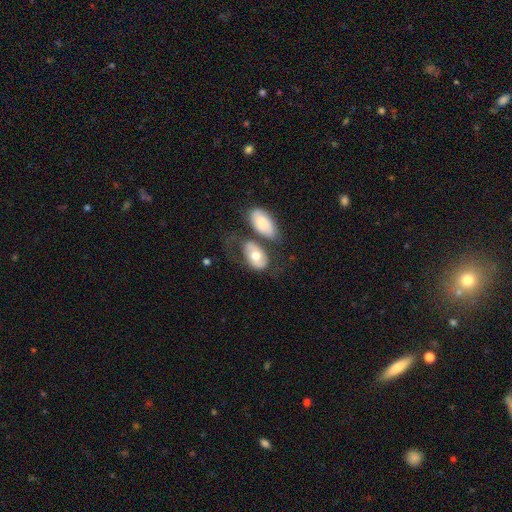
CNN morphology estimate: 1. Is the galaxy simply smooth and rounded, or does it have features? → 60% smooth, 34% featured or disk, 6% star or artifact.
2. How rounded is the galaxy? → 90% in between, 8% round, 2% cigar-shaped.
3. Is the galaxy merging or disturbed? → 34% merger, 31% none, 18% minor disturbance, 17% major disturbance.